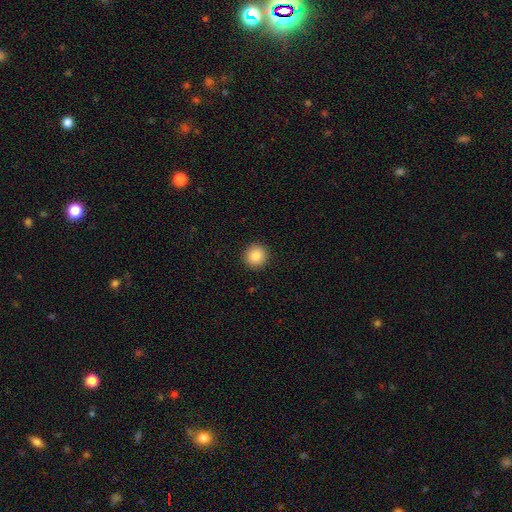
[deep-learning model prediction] Overall: smooth (86%). How rounded: round (92%). Merging: none (92%).